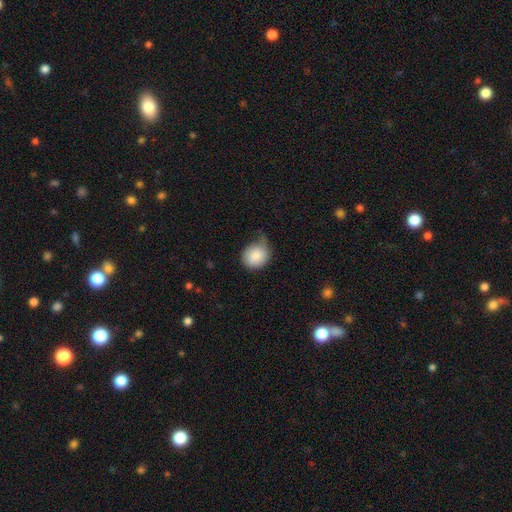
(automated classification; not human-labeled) This appears to be a smooth galaxy with no disk features (85%) that is round (72%). Merging: none (46%).